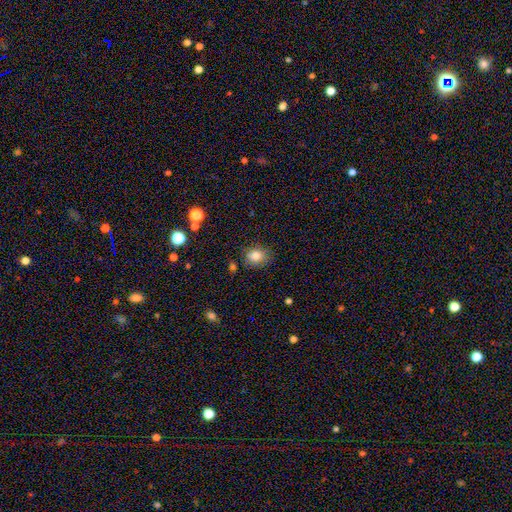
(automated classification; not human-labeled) Smooth or featured: smooth — 82% (star or artifact — 11%)
How rounded: round — 51% (in between — 48%)
Merging: none — 76% (minor disturbance — 17%)